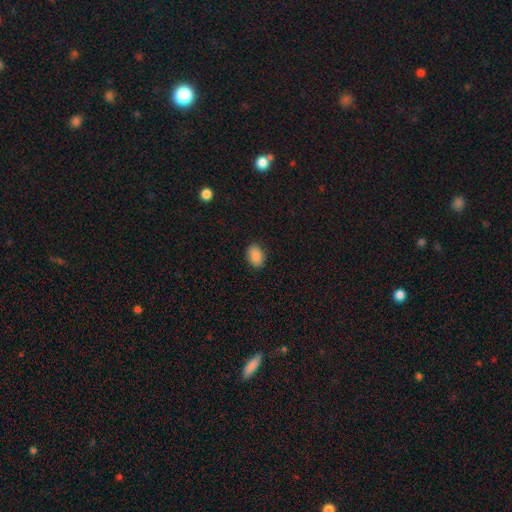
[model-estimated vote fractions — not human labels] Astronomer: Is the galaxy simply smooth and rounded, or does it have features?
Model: smooth — 89%.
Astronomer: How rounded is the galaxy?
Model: in between — 86%.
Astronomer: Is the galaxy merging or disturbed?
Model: none — 88%.